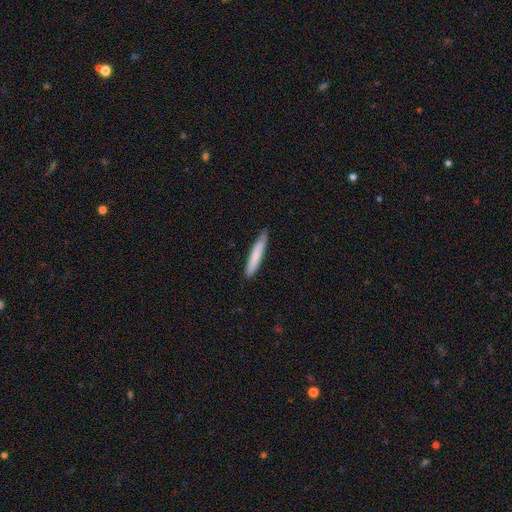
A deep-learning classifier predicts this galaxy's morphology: A smooth galaxy with no disk features (77%) that is cigar-shaped (94%). Merging: none (84%).